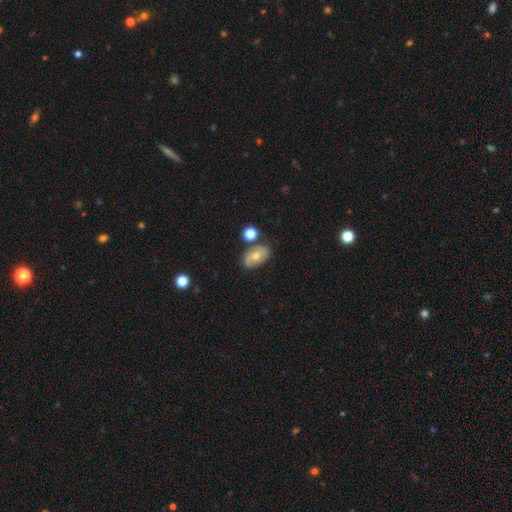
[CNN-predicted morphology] A smooth galaxy with no disk features (50%) that is in between round and cigar-shaped (83%). Merging: none (66%).